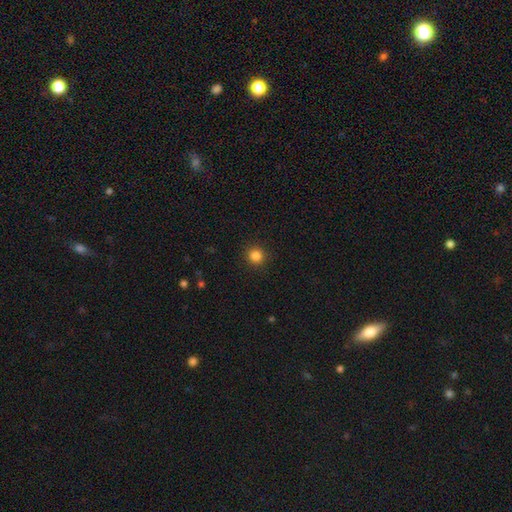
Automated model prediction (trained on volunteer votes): A smooth galaxy with no disk features (84%) that is round (94%). Merging: none (91%).